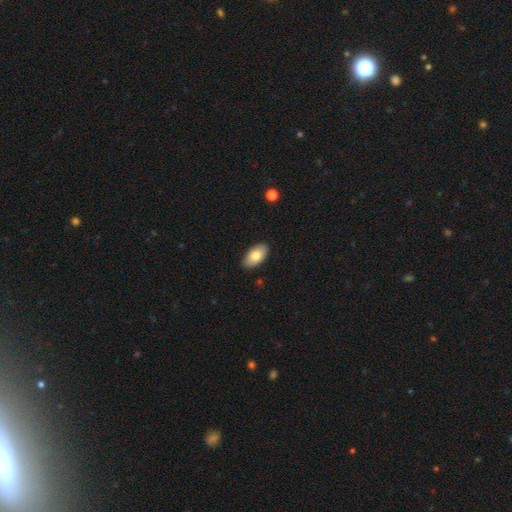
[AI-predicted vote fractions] smooth_or_featured: smooth (p=0.79) [alt: featured or disk p=0.15]
how_rounded: in between (p=0.95) [alt: round p=0.03]
merging: none (p=0.88) [alt: minor disturbance p=0.09]